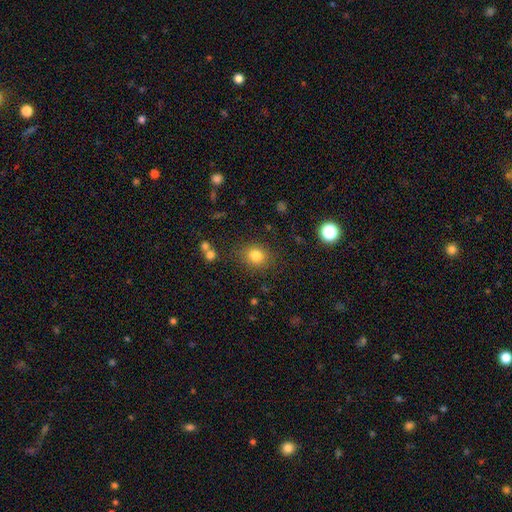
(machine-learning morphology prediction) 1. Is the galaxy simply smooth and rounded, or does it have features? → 81% smooth, 13% star or artifact, 7% featured or disk.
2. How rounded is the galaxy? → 75% round, 24% in between, 1% cigar-shaped.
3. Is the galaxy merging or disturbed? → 84% none, 10% minor disturbance, 4% major disturbance, 3% merger.